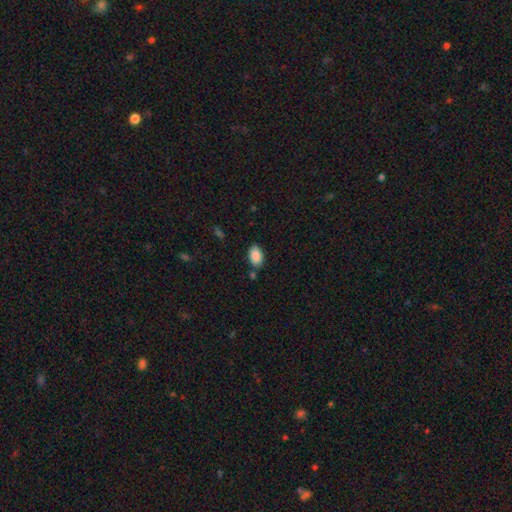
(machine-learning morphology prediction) Smooth or featured?
  - smooth: 89% *
  - star or artifact: 7%
  - featured or disk: 3%
How rounded?
  - in between: 91% *
  - round: 7%
  - cigar-shaped: 1%
Merging?
  - none: 79% *
  - minor disturbance: 13%
  - merger: 5%
  - major disturbance: 3%